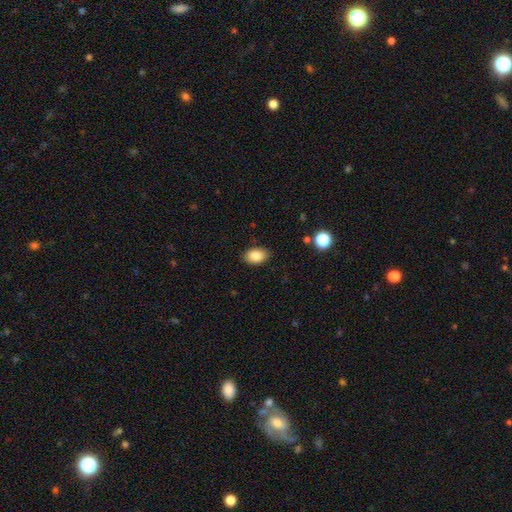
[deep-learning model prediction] Smooth or featured: smooth — 86% (star or artifact — 8%)
How rounded: in between — 85% (round — 14%)
Merging: none — 85% (minor disturbance — 11%)